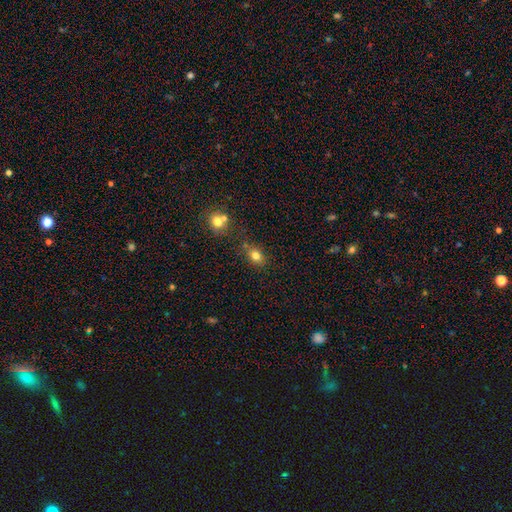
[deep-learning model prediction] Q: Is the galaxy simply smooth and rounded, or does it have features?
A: smooth — 79%.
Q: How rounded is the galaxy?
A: in between — 53%.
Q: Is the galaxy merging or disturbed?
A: none — 69%.